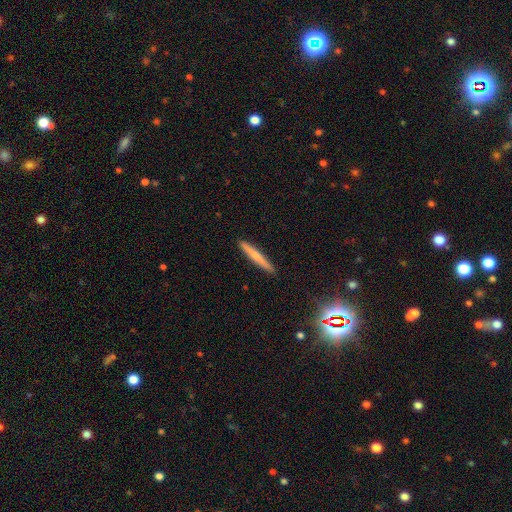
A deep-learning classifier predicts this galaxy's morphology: A smooth galaxy with no disk features (57%) that is cigar-shaped (96%). Merging: none (92%).